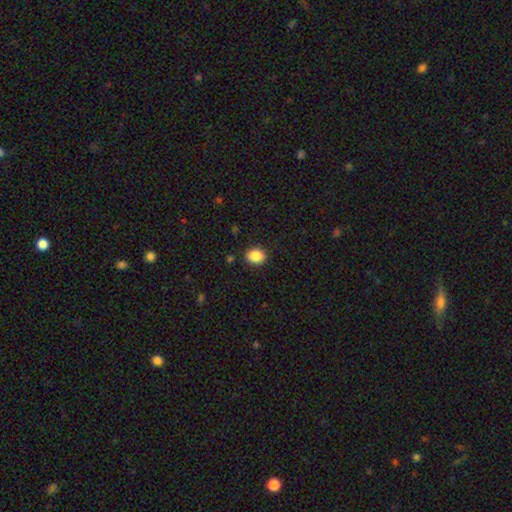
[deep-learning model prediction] A smooth galaxy with no disk features (87%) that is in between round and cigar-shaped (52%). Merging: none (88%).